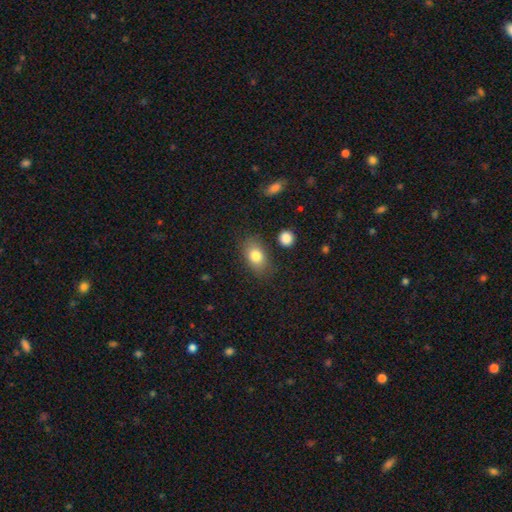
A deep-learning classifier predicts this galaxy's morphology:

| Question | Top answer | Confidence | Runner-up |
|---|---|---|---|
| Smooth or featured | smooth | 80% | featured or disk (11%) |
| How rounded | in between | 83% | round (14%) |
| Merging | none | 79% | minor disturbance (14%) |